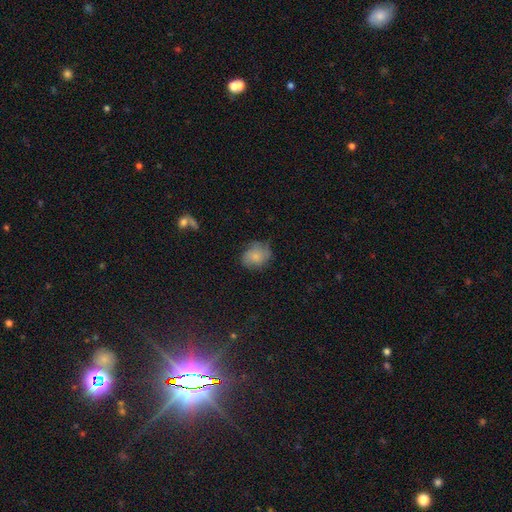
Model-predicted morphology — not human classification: type=smooth (70%); roundness=round (57%); merging=none (62%).